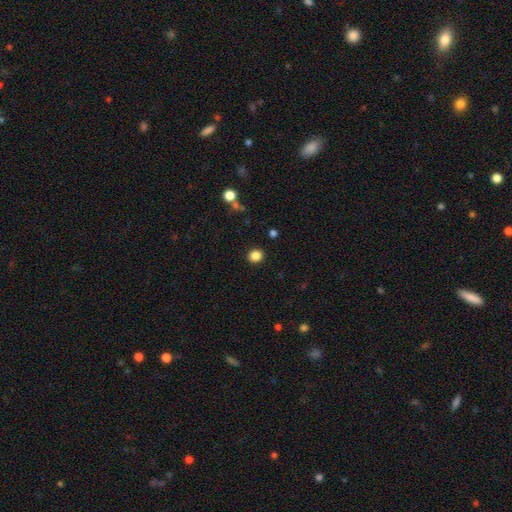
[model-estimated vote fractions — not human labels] Smooth or featured: smooth — 86% (star or artifact — 11%)
How rounded: round — 81% (in between — 18%)
Merging: none — 91% (minor disturbance — 6%)